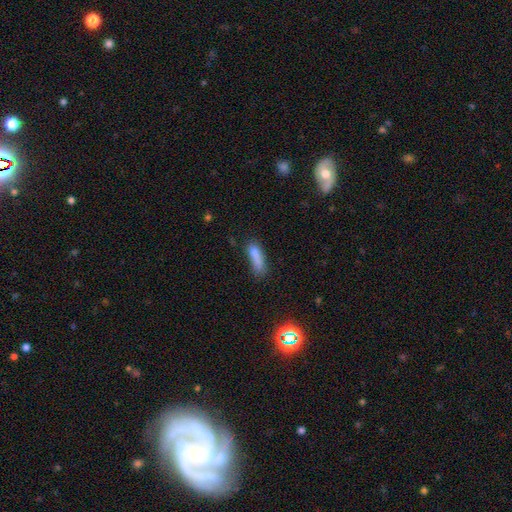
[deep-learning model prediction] Smooth or featured: smooth — 80% (star or artifact — 10%)
How rounded: cigar-shaped — 60% (in between — 38%)
Merging: none — 51% (minor disturbance — 28%)